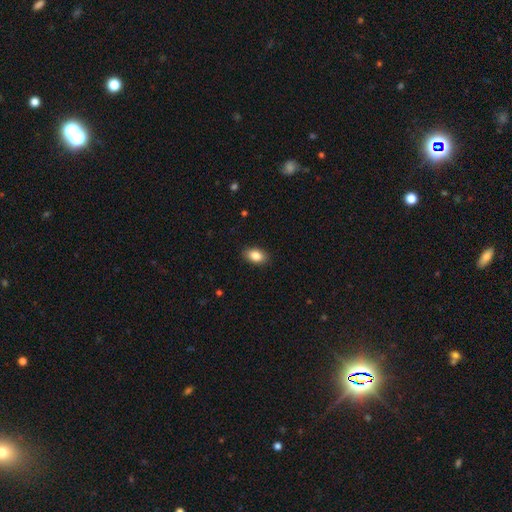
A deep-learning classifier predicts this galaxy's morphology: Q: Smooth or featured?
A: smooth (86%); runner-up: star or artifact (8%)
Q: How rounded?
A: in between (88%); runner-up: round (10%)
Q: Merging?
A: none (89%); runner-up: minor disturbance (8%)